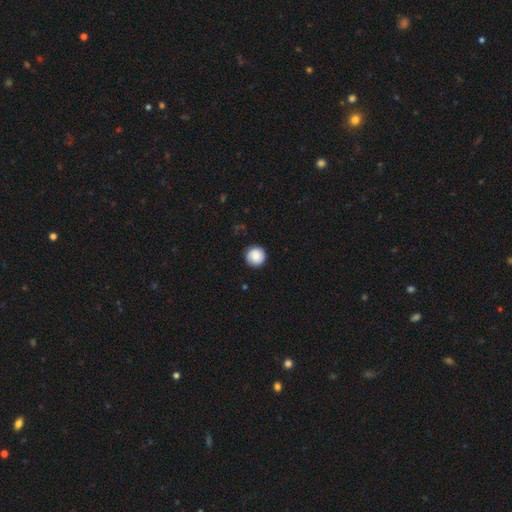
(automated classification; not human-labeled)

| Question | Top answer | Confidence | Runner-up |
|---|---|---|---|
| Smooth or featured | smooth | 85% | featured or disk (8%) |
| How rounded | round | 96% | in between (3%) |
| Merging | none | 90% | minor disturbance (7%) |